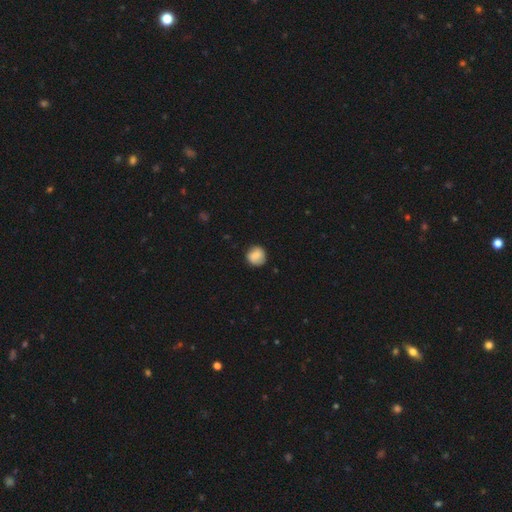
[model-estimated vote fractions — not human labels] Smooth or featured? smooth (82%)
How rounded? round (89%)
Merging? none (82%)